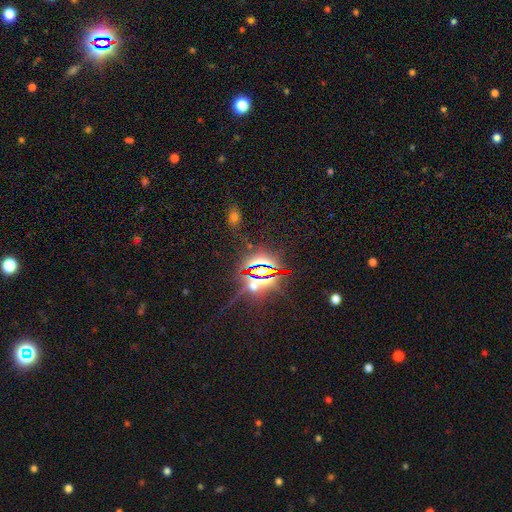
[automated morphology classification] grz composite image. It shows a star or artifact, not a galaxy (84%).